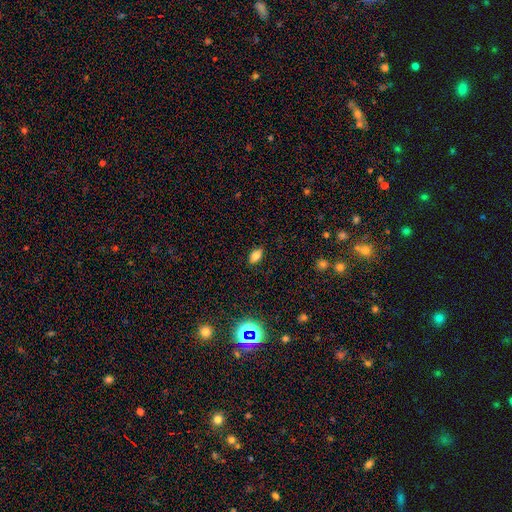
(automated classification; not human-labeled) Smooth or featured: smooth — 78% (star or artifact — 12%)
How rounded: in between — 88% (round — 8%)
Merging: none — 88% (minor disturbance — 9%)